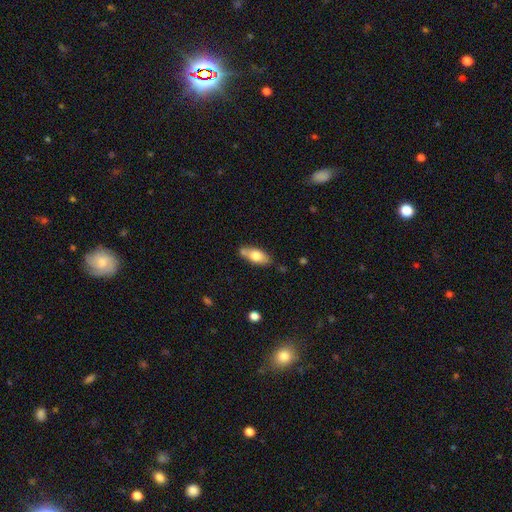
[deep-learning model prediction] Smooth or featured? smooth (71%)
How rounded? in between (82%)
Merging? none (71%)